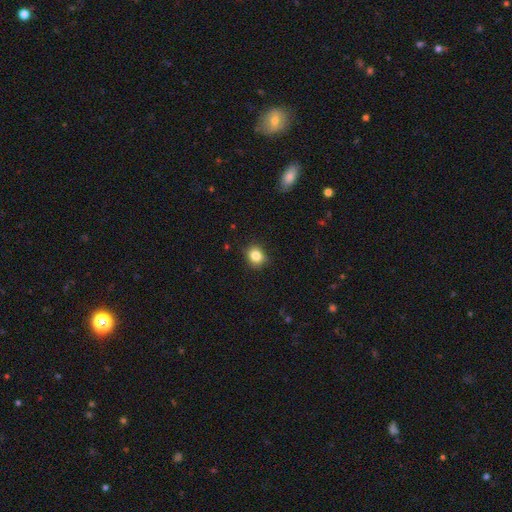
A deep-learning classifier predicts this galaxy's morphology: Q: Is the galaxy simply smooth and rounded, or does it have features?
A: smooth — 84%.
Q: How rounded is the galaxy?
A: round — 71%.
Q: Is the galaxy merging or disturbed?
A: none — 85%.